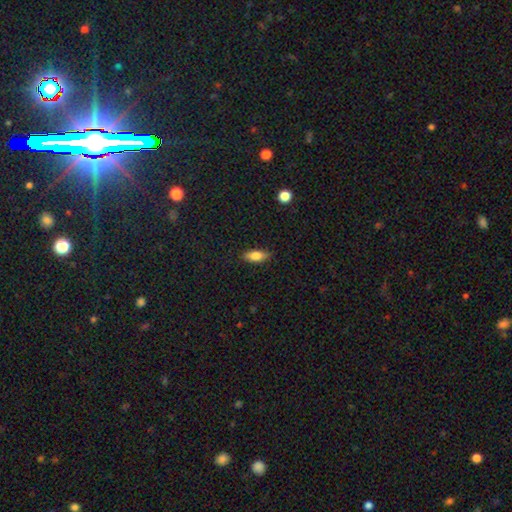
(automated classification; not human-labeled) This appears to be a smooth galaxy with no disk features (78%) that is in between round and cigar-shaped (77%). Merging: none (86%).